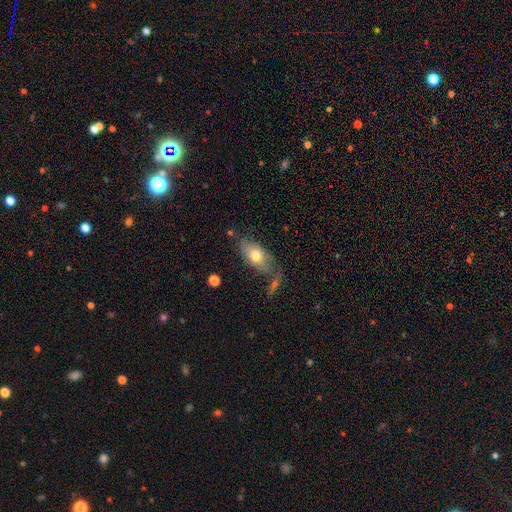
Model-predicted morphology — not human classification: Smooth or featured: smooth — 69% (featured or disk — 24%)
How rounded: in between — 89% (round — 6%)
Merging: none — 57% (minor disturbance — 21%)